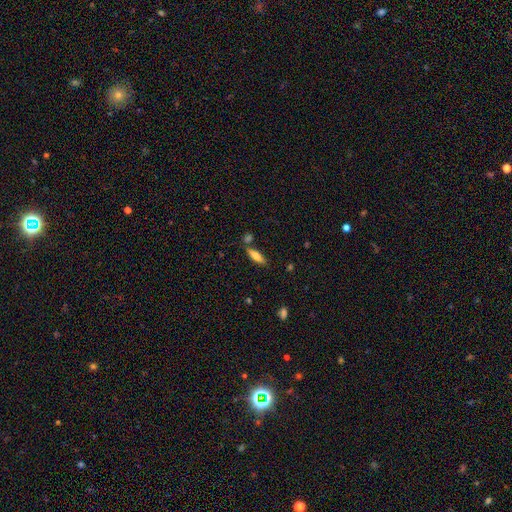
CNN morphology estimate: smooth-or-featured: smooth: 70% | featured or disk: 23% | star or artifact: 7%
  how-rounded: cigar-shaped: 58% | in between: 40% | round: 2%
  merging: none: 74% | minor disturbance: 12% | merger: 11% | major disturbance: 3%